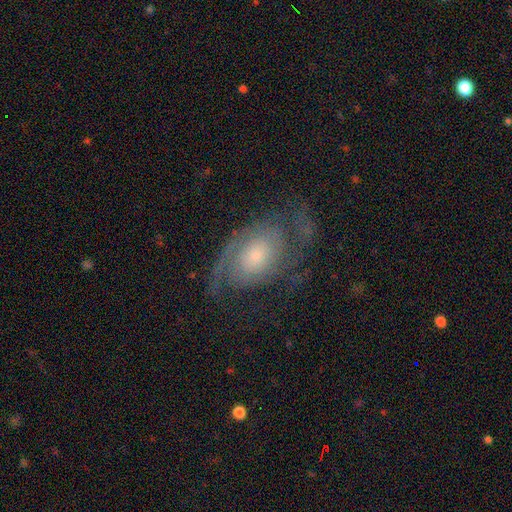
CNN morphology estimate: Smooth or featured? featured or disk (82%)
Edge-on disk? no (96%)
Bar? no (72%)
Spiral arms? yes (94%)
Spiral winding? medium (41%, tied with tight)
Spiral arm count? 2 (67%)
Bulge size? small (47%)
Merging? none (64%)